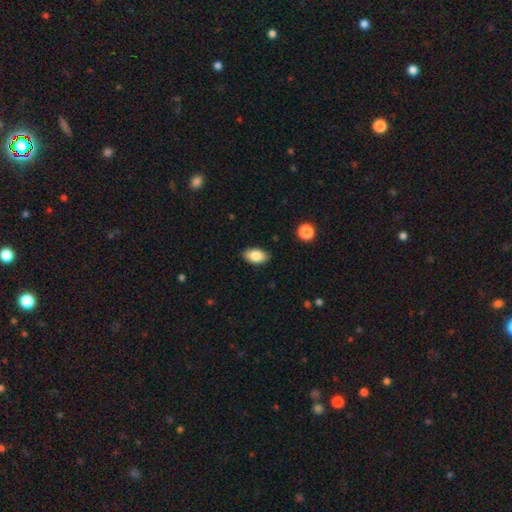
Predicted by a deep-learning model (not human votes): smooth-or-featured: smooth: 85% | featured or disk: 8% | star or artifact: 7%
  how-rounded: in between: 92% | round: 6% | cigar-shaped: 2%
  merging: none: 88% | minor disturbance: 9% | major disturbance: 2% | merger: 1%